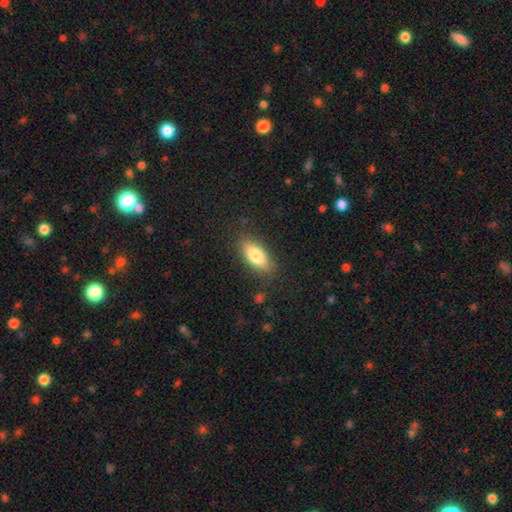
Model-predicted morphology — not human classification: A smooth galaxy with no disk features (78%) that is in between round and cigar-shaped (79%).

Vote fractions:
- Smooth or featured? smooth: 78% / featured or disk: 15% / star or artifact: 7%
- How rounded? in between: 79% / cigar-shaped: 18% / round: 3%
- Merging? none: 83% / minor disturbance: 12% / major disturbance: 3% / merger: 1%